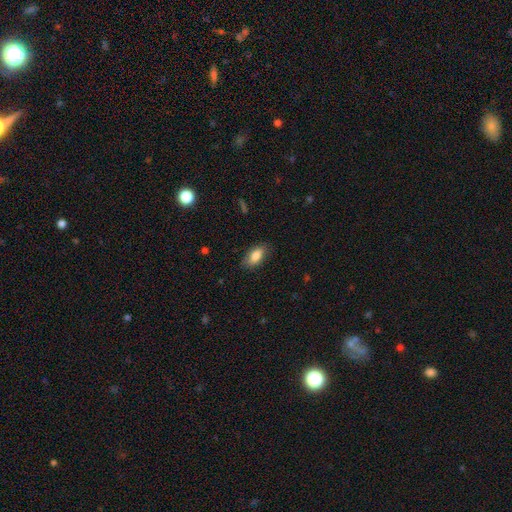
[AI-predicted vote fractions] smooth-or-featured: smooth: 82% | featured or disk: 11% | star or artifact: 7%
  how-rounded: in between: 88% | cigar-shaped: 8% | round: 4%
  merging: none: 81% | minor disturbance: 15% | major disturbance: 3% | merger: 1%